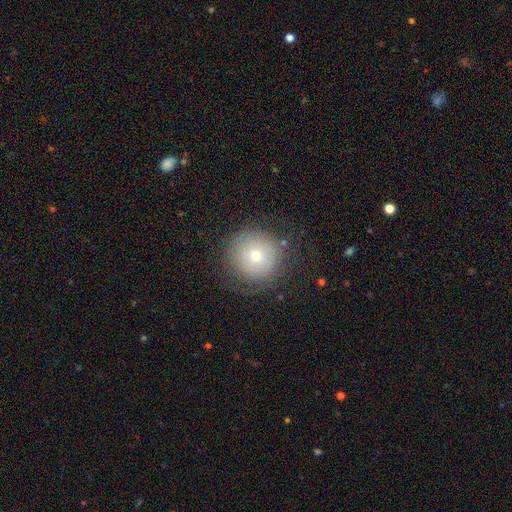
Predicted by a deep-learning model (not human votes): smooth 63%, featured or disk 24%, star or artifact 12%. Down the decision tree: how rounded — round (95%); merging — none (77%).